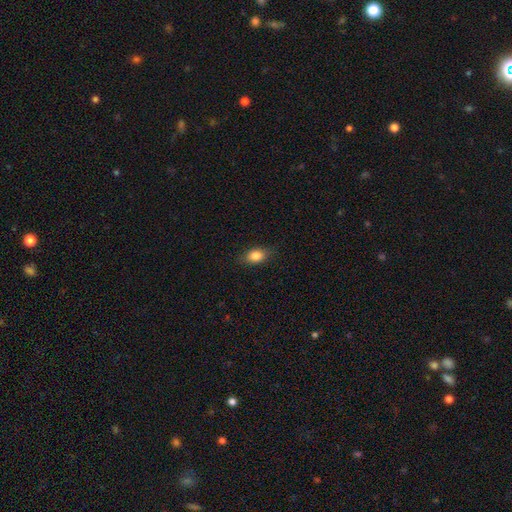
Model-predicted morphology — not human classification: smooth_or_featured: smooth (p=0.84) [alt: star or artifact p=0.08]
how_rounded: in between (p=0.80) [alt: round p=0.15]
merging: none (p=0.83) [alt: minor disturbance p=0.13]